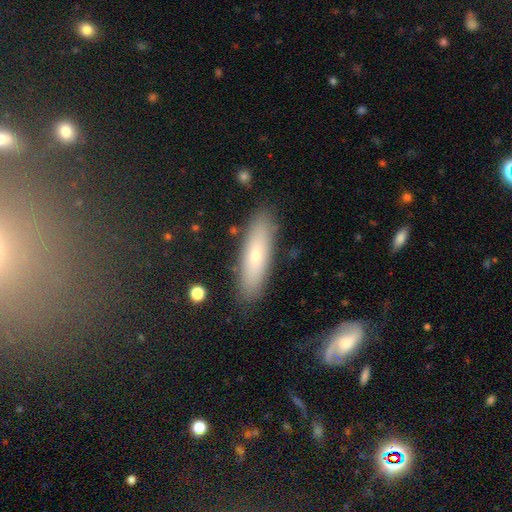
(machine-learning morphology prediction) Smooth or featured: smooth — 64% (featured or disk — 28%)
How rounded: cigar-shaped — 55% (in between — 43%)
Merging: none — 86% (minor disturbance — 10%)